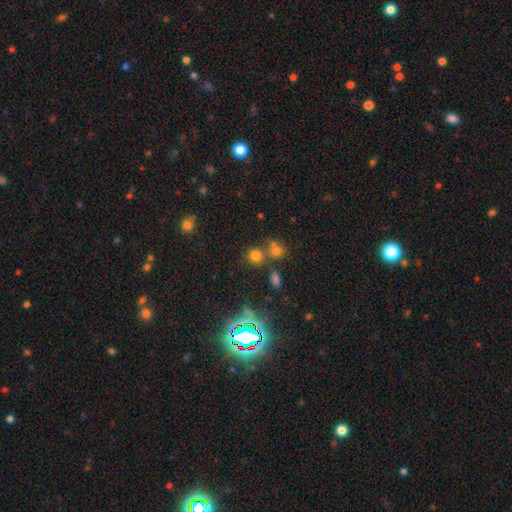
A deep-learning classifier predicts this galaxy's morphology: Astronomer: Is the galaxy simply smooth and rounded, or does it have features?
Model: smooth — 67%.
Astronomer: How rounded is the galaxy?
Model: round — 85%.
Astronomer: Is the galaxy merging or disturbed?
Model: none — 65%.